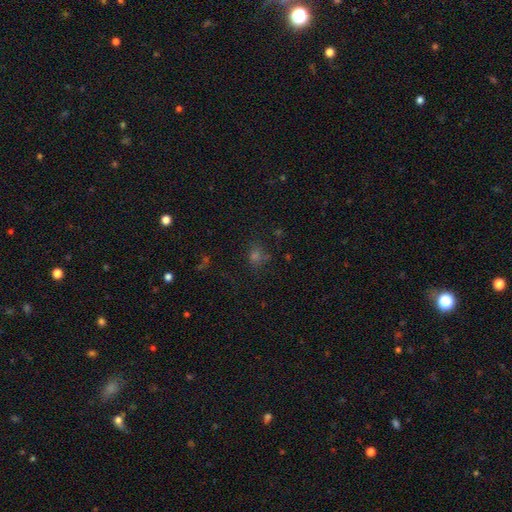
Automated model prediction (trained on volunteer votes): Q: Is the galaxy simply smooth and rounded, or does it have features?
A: smooth — 50%.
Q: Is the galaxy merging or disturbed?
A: none — 72%.